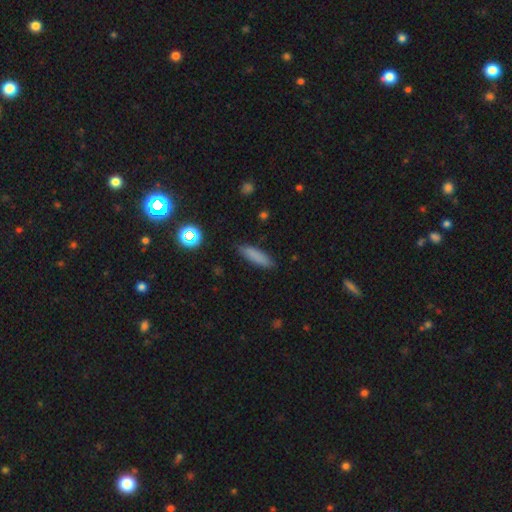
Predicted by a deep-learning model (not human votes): Morphology: type=smooth (83%); roundness=cigar-shaped (66%); merging=none (87%).